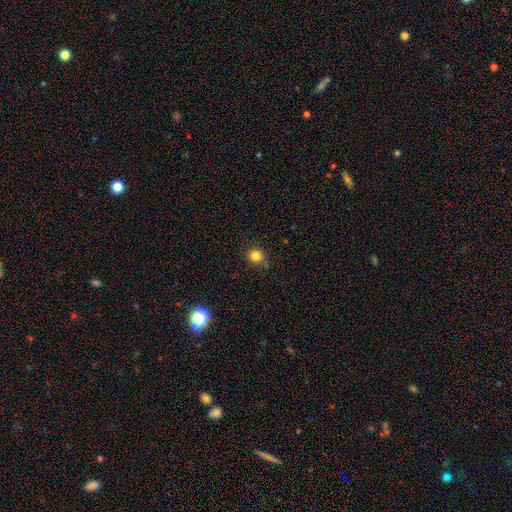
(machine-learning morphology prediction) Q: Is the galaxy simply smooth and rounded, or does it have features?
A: smooth — 82%.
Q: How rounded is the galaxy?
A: round — 89%.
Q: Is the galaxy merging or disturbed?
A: none — 82%.